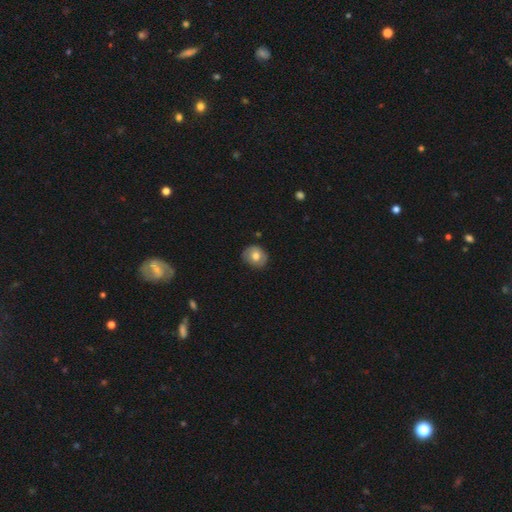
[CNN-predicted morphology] A smooth galaxy with no disk features (69%) that is round (70%).

Vote fractions:
- Smooth or featured? smooth: 69% / featured or disk: 23% / star or artifact: 8%
- How rounded? round: 70% / in between: 29% / cigar-shaped: 1%
- Merging? none: 80% / minor disturbance: 15% / major disturbance: 3% / merger: 1%